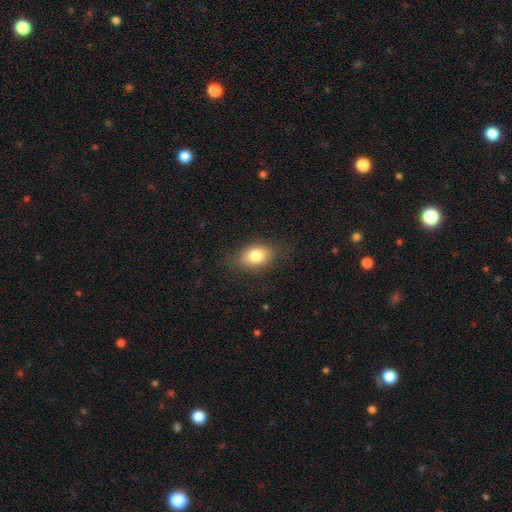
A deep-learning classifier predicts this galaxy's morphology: Smooth or featured? smooth (79%)
How rounded? in between (79%)
Merging? none (78%)